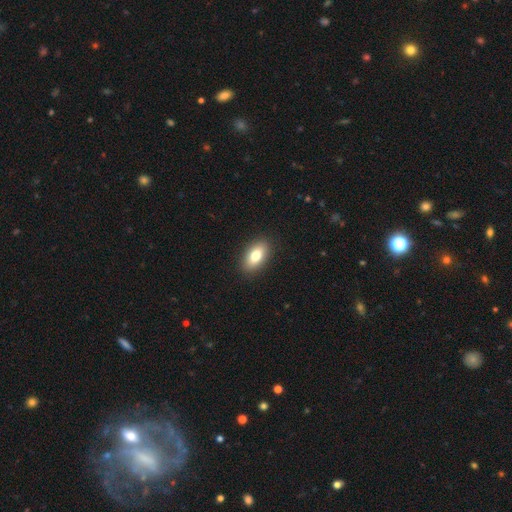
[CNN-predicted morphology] type=smooth (78%); roundness=in between (89%); merging=none (90%).